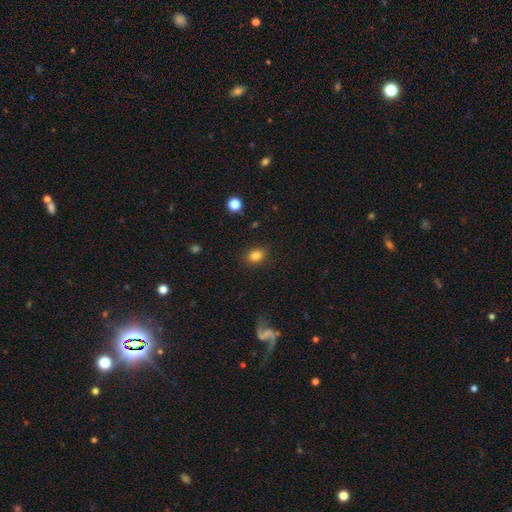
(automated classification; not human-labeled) A smooth galaxy with no disk features (83%) that is in between round and cigar-shaped (64%).

Vote fractions:
- Smooth or featured? smooth: 83% / star or artifact: 11% / featured or disk: 6%
- How rounded? in between: 64% / round: 35% / cigar-shaped: 1%
- Merging? none: 86% / minor disturbance: 10% / major disturbance: 3% / merger: 1%